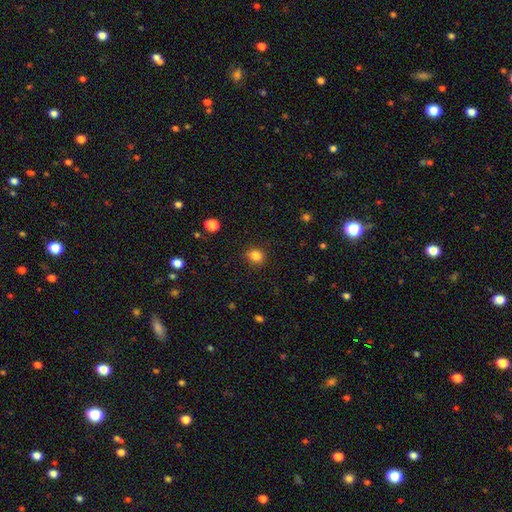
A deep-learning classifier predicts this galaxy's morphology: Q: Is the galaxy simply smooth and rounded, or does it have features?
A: smooth — 84%.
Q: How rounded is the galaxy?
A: round — 66%.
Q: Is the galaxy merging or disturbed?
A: none — 83%.